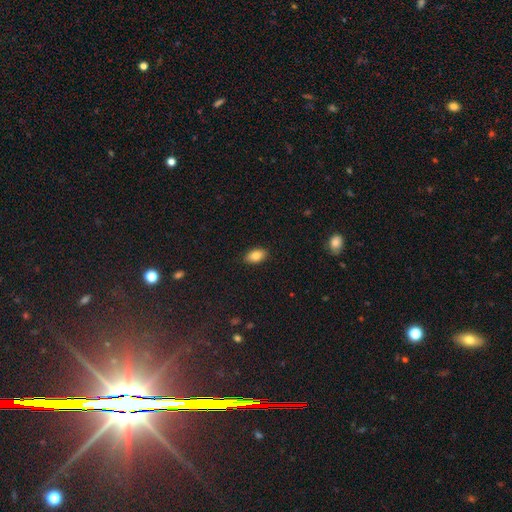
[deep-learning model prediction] smooth 84%, star or artifact 8%, featured or disk 8%. Down the decision tree: how rounded — in between (92%); merging — none (88%).